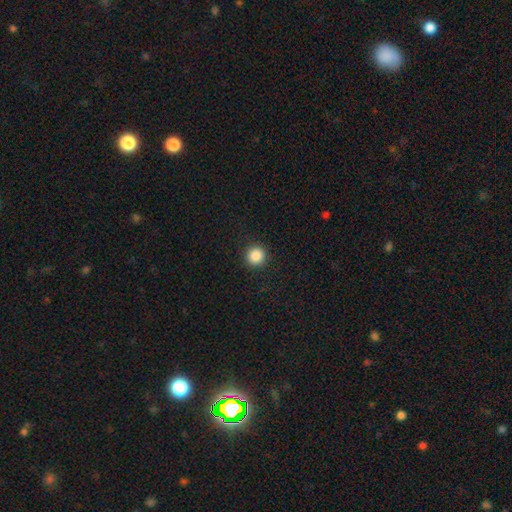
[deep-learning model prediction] Smooth or featured: smooth — 87% (star or artifact — 10%)
How rounded: round — 95% (in between — 4%)
Merging: none — 92% (minor disturbance — 5%)